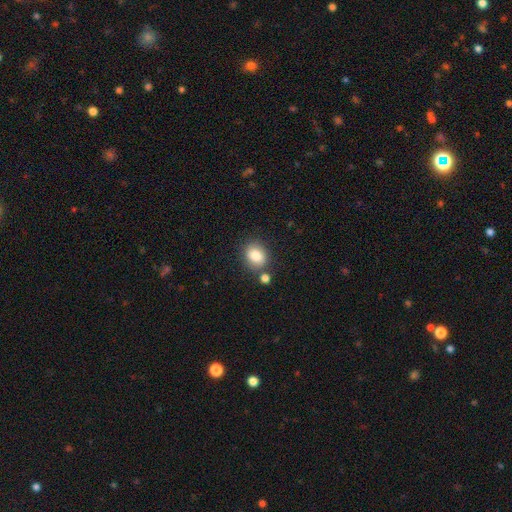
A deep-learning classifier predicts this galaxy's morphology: Smooth or featured? smooth (84%)
How rounded? in between (50%)
Merging? none (73%)